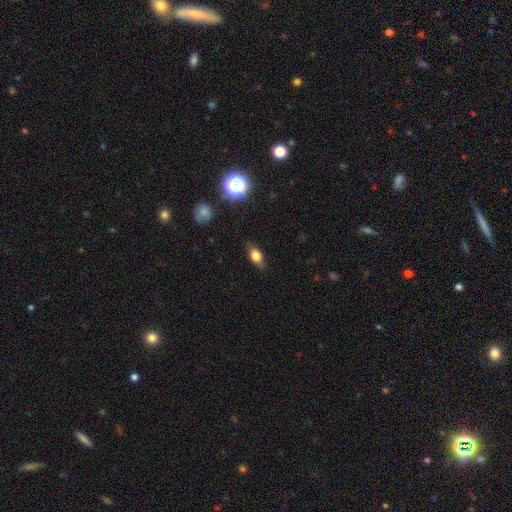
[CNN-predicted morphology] The model was most divided on "smooth or featured": smooth: 71%, featured or disk: 18%, star or artifact: 11%. More confident: how rounded — in between (79%); merging — none (76%).